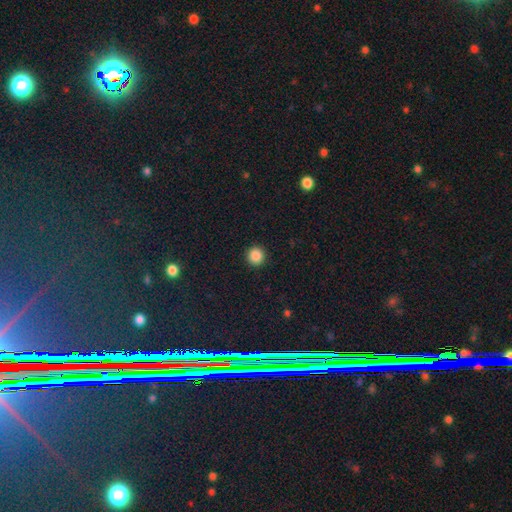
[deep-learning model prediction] Smooth or featured?
  - smooth: 87% *
  - star or artifact: 10%
  - featured or disk: 3%
How rounded?
  - round: 95% *
  - in between: 4%
  - cigar-shaped: 1%
Merging?
  - none: 93% *
  - minor disturbance: 4%
  - major disturbance: 2%
  - merger: 1%